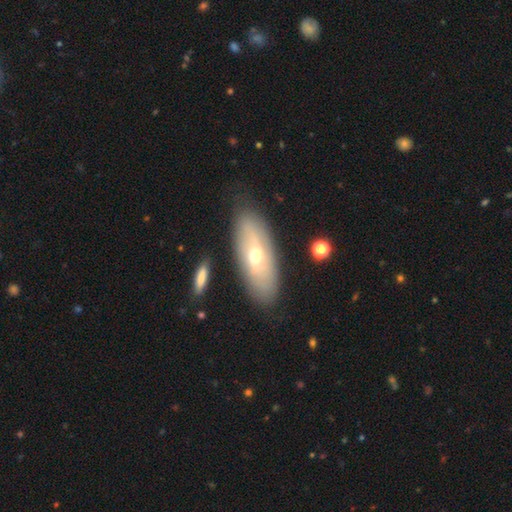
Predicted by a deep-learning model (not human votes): A featured or disk galaxy (48%). Merging: none (82%).